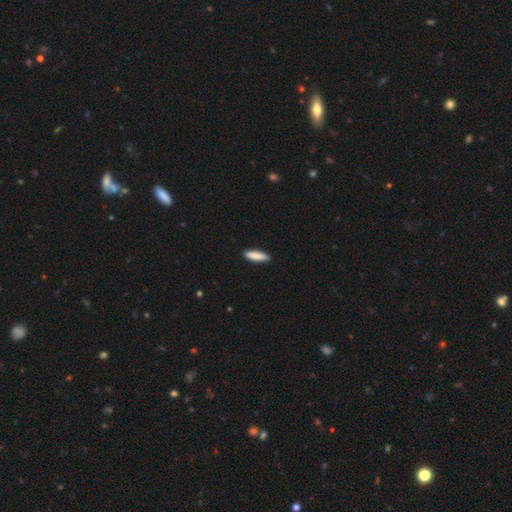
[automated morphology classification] smooth_or_featured: smooth (p=0.88) [alt: featured or disk p=0.07]
how_rounded: cigar-shaped (p=0.66) [alt: in between p=0.32]
merging: none (p=0.88) [alt: minor disturbance p=0.09]